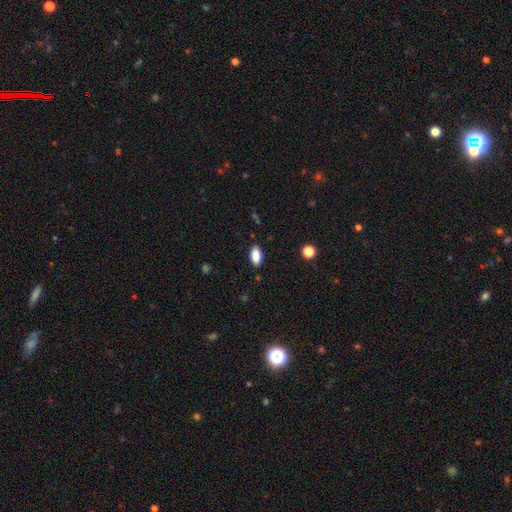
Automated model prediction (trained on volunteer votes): Morphology: type=smooth (88%); roundness=in between (91%); merging=none (88%).